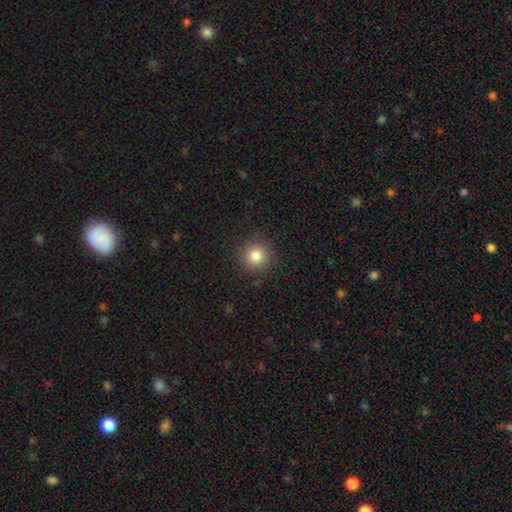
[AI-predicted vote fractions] Smooth or featured? smooth (83%)
How rounded? round (94%)
Merging? none (89%)